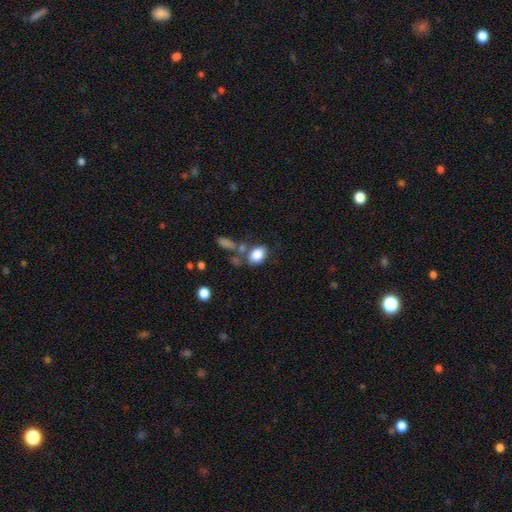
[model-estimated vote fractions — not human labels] Q: Smooth or featured?
A: smooth (84%); runner-up: star or artifact (9%)
Q: How rounded?
A: in between (78%); runner-up: round (20%)
Q: Merging?
A: none (58%); runner-up: merger (20%)